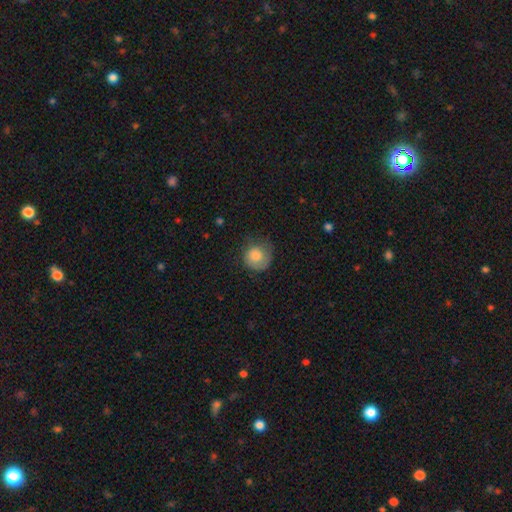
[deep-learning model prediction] smooth_or_featured: smooth (p=0.76) [alt: featured or disk p=0.17]
how_rounded: round (p=0.85) [alt: in between p=0.14]
merging: none (p=0.58) [alt: minor disturbance p=0.26]